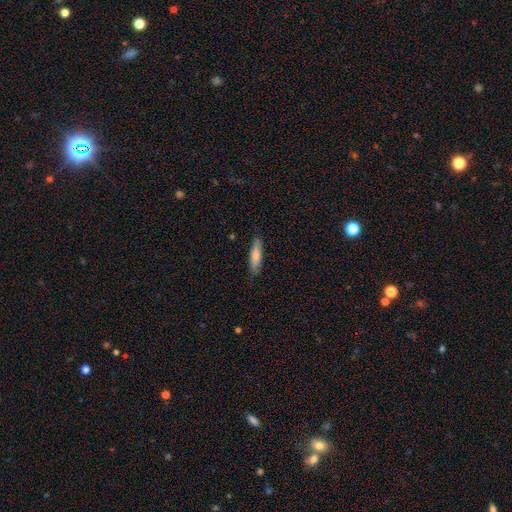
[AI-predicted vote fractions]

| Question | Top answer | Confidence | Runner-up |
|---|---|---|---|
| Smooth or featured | smooth | 77% | featured or disk (18%) |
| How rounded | cigar-shaped | 71% | in between (28%) |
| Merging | none | 86% | minor disturbance (11%) |